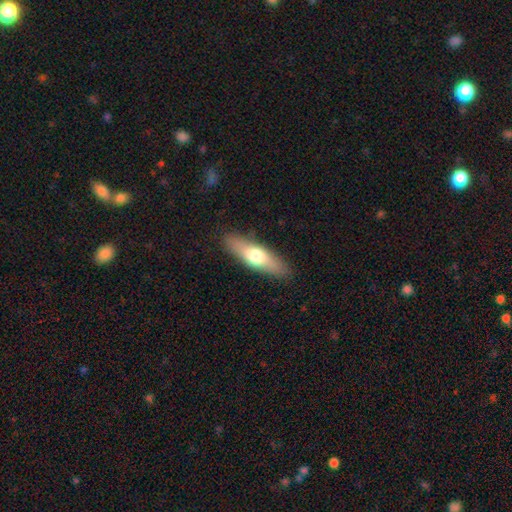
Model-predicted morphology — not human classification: Smooth or featured? smooth (60%)
How rounded? cigar-shaped (59%)
Merging? none (87%)